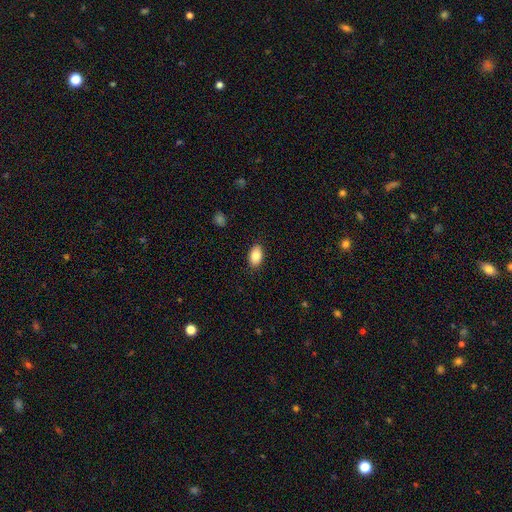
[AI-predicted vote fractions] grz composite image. It shows a smooth galaxy with no disk features (86%) that is in between round and cigar-shaped (91%). Merging: none (88%).